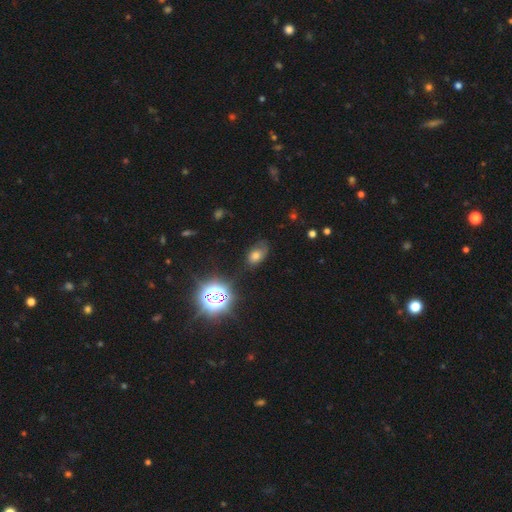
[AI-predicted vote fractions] Smooth or featured?
  - smooth: 62% *
  - star or artifact: 22%
  - featured or disk: 16%
How rounded?
  - in between: 82% *
  - round: 16%
  - cigar-shaped: 2%
Merging?
  - none: 53% *
  - minor disturbance: 30%
  - major disturbance: 14%
  - merger: 3%